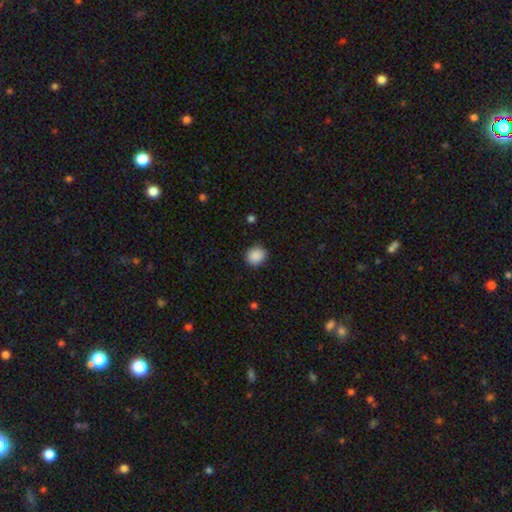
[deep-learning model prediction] Smooth or featured: smooth — 89% (star or artifact — 8%)
How rounded: round — 78% (in between — 21%)
Merging: none — 88% (minor disturbance — 8%)